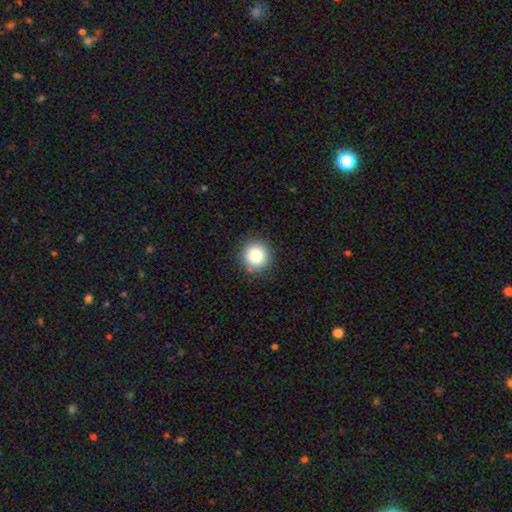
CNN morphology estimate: smooth_or_featured: smooth (p=0.84) [alt: star or artifact p=0.10]
how_rounded: round (p=0.94) [alt: in between p=0.05]
merging: none (p=0.89) [alt: minor disturbance p=0.07]